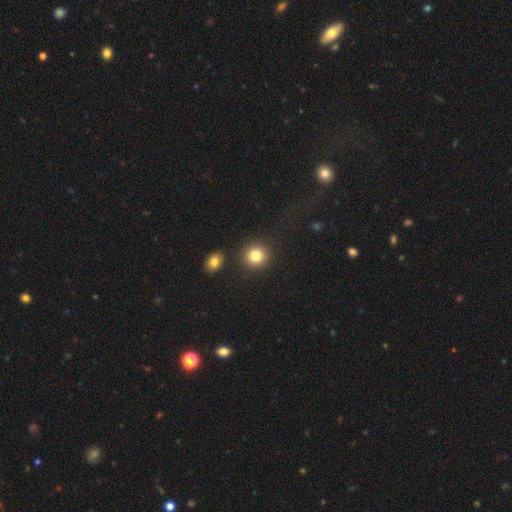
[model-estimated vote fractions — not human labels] smooth_or_featured: smooth (p=0.83) [alt: star or artifact p=0.10]
how_rounded: round (p=0.89) [alt: in between p=0.10]
merging: none (p=0.86) [alt: minor disturbance p=0.06]